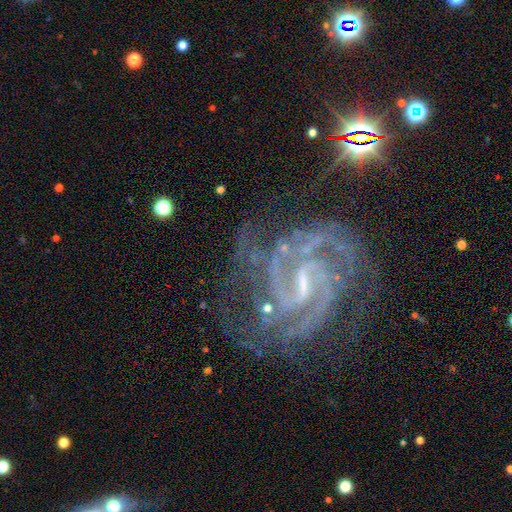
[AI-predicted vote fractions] A featured or disk galaxy (90%) with a weak bar (49%), 2 (48%) tight (51%) spiral arms (98%) and a small central bulge (59%). Merging: none (68%).